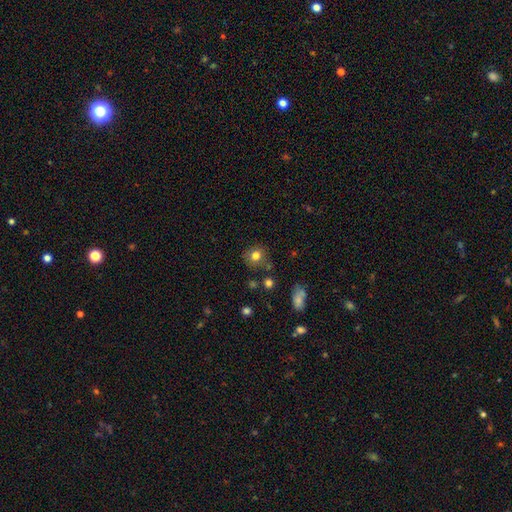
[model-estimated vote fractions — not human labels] A smooth galaxy with no disk features (79%) that is round (83%). Merging: none (78%).